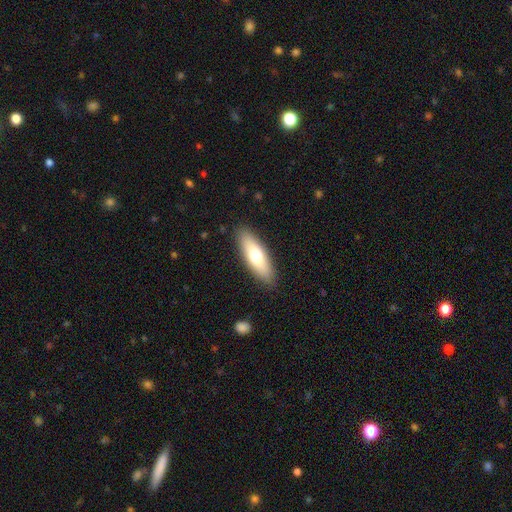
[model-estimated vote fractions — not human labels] Smooth or featured? Predicted: smooth (p=0.66). How rounded? Predicted: in between (p=0.56). Merging? Predicted: none (p=0.88).